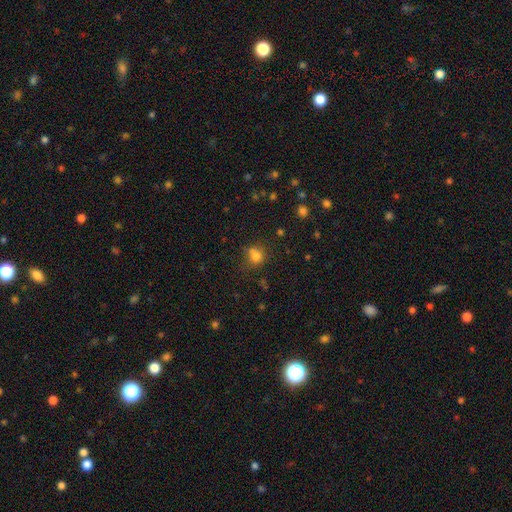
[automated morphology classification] Smooth or featured? Predicted: smooth (p=0.76). How rounded? Predicted: round (p=0.75). Merging? Predicted: none (p=0.54).